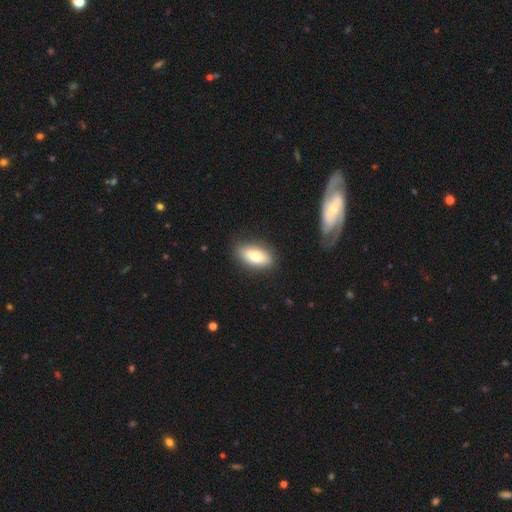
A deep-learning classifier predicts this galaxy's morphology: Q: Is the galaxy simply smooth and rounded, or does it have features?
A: smooth — 78%.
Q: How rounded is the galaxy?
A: in between — 86%.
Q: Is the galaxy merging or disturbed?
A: none — 85%.